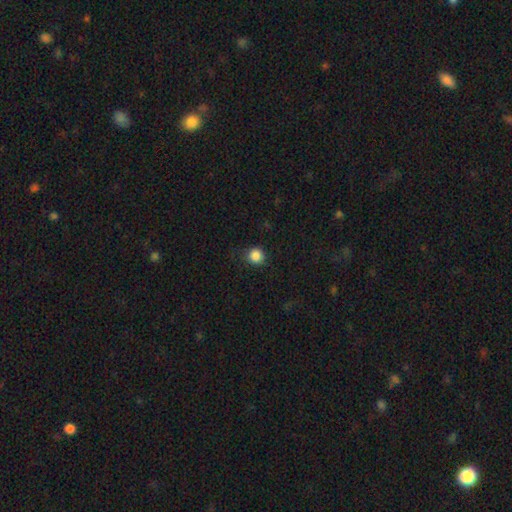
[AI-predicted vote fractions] This appears to be a smooth galaxy with no disk features (86%) that is round (90%). Merging: none (80%).